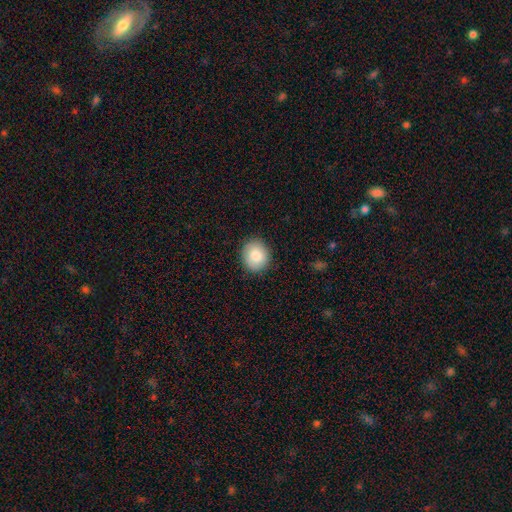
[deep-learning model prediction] The model was most divided on "how rounded": round: 73%, in between: 26%, cigar-shaped: 1%. More confident: merging — none (89%); smooth or featured — smooth (83%).